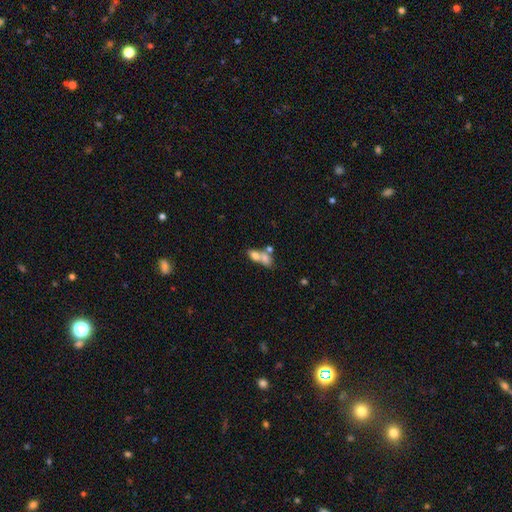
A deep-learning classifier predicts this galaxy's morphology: Smooth or featured: smooth — 64% (featured or disk — 25%)
How rounded: in between — 71% (round — 20%)
Merging: merger — 64% (none — 21%)